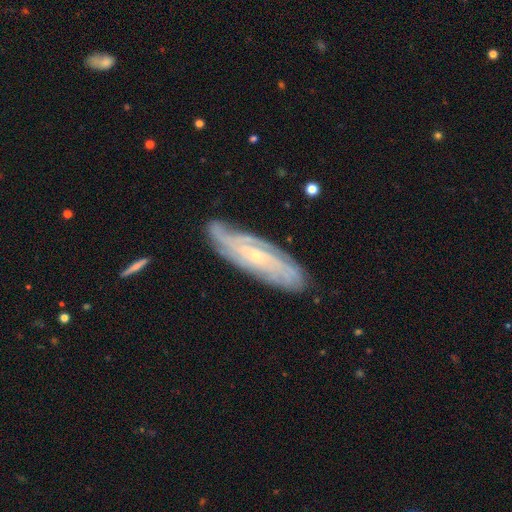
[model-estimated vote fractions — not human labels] Smooth or featured?
  - featured or disk: 82% *
  - smooth: 12%
  - star or artifact: 6%
Edge-on disk?
  - no: 79% *
  - yes: 21%
Bar?
  - no: 57% *
  - weak: 32%
  - strong: 11%
Spiral arms?
  - yes: 95% *
  - no: 5%
Spiral winding?
  - tight: 65% *
  - medium: 28%
  - loose: 7%
Spiral arm count?
  - can't tell: 39% *
  - 2: 19%
  - 3: 16%
  - 4: 15%
  - more than 4: 6%
  - 1: 5%
Bulge size?
  - small: 74% *
  - moderate: 22%
  - none: 2%
  - large: 1%
  - dominant: 1%
Merging?
  - none: 79% *
  - minor disturbance: 16%
  - major disturbance: 3%
  - merger: 1%